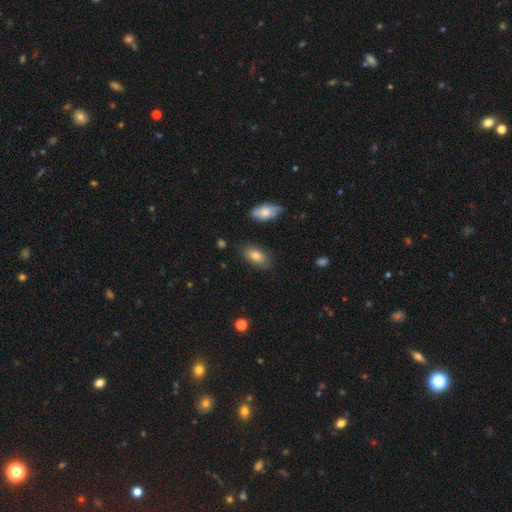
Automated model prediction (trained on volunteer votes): This appears to be a smooth galaxy with no disk features (79%) that is in between round and cigar-shaped (92%). Merging: none (81%).